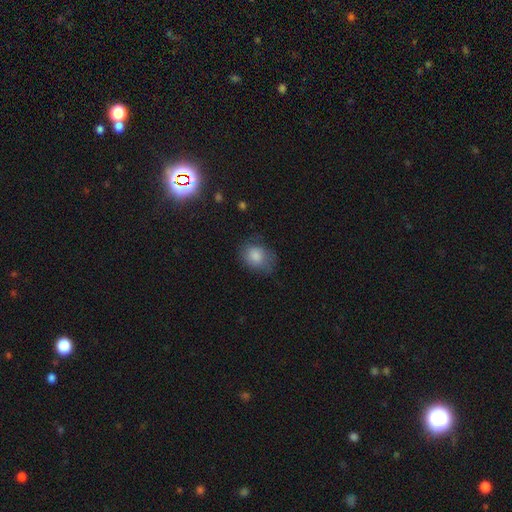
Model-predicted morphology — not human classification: smooth_or_featured: smooth (p=0.79) [alt: featured or disk p=0.12]
how_rounded: in between (p=0.53) [alt: round p=0.46]
merging: none (p=0.58) [alt: minor disturbance p=0.28]